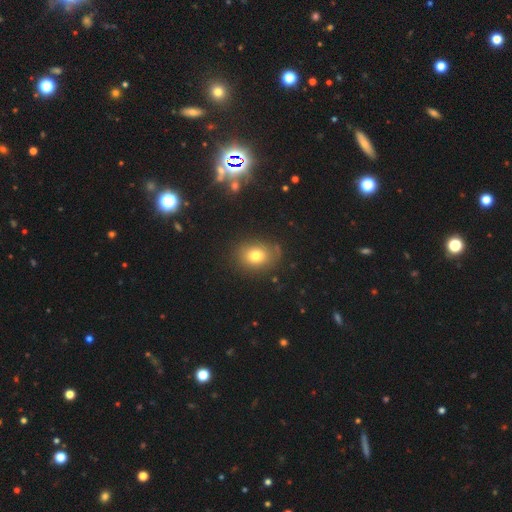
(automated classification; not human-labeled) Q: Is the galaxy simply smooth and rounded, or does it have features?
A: smooth — 75%.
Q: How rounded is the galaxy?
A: in between — 55%.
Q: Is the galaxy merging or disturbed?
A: none — 81%.